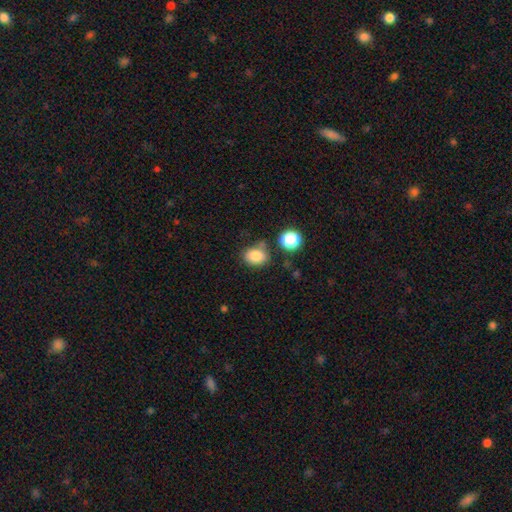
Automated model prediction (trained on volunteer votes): Q: Smooth or featured?
A: smooth (84%); runner-up: star or artifact (10%)
Q: How rounded?
A: in between (61%); runner-up: round (38%)
Q: Merging?
A: none (64%); runner-up: minor disturbance (18%)